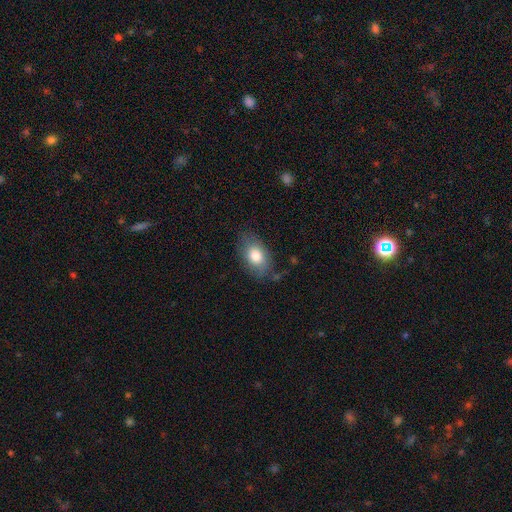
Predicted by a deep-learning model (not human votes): smooth_or_featured: smooth (p=0.78) [alt: featured or disk p=0.14]
how_rounded: in between (p=0.85) [alt: round p=0.13]
merging: none (p=0.73) [alt: minor disturbance p=0.19]